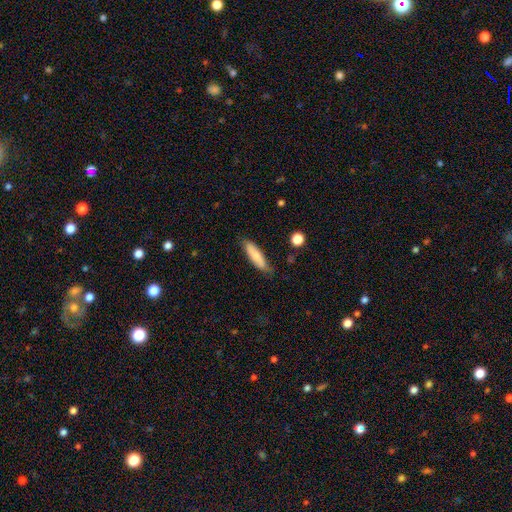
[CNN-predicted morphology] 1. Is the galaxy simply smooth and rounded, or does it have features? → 78% smooth, 16% featured or disk, 6% star or artifact.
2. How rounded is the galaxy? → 65% cigar-shaped, 33% in between, 2% round.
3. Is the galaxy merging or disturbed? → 76% none, 19% minor disturbance, 3% major disturbance, 2% merger.